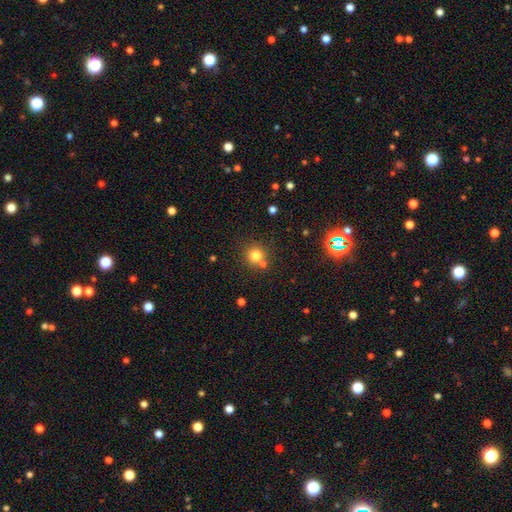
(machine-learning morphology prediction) Overall: smooth (78%). How rounded: round (92%). Merging: none (70%).